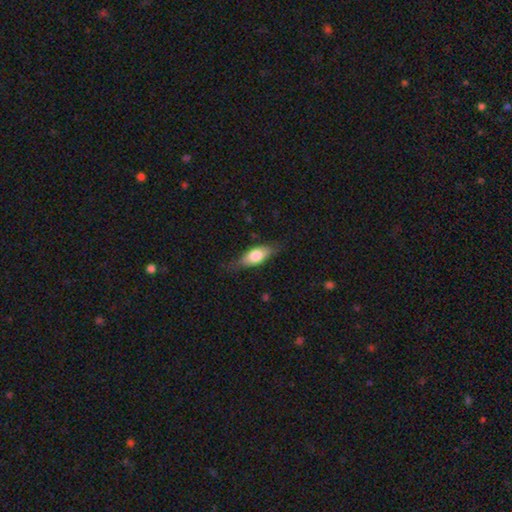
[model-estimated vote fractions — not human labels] Smooth or featured?
  - smooth: 67% *
  - featured or disk: 27%
  - star or artifact: 6%
How rounded?
  - in between: 78% *
  - cigar-shaped: 19%
  - round: 4%
Merging?
  - none: 73% *
  - minor disturbance: 21%
  - major disturbance: 5%
  - merger: 1%